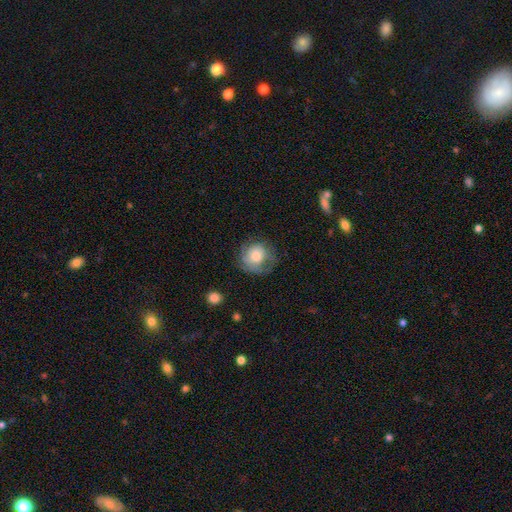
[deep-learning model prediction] Q: Smooth or featured?
A: smooth (54%); runner-up: featured or disk (38%)
Q: How rounded?
A: round (86%); runner-up: in between (13%)
Q: Merging?
A: none (61%); runner-up: minor disturbance (23%)